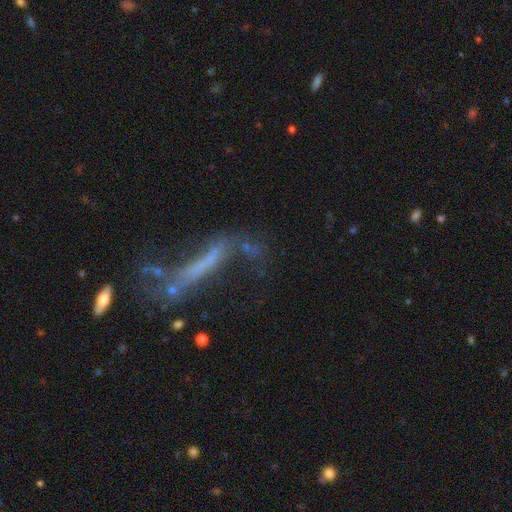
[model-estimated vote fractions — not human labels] This appears to be a featured or disk galaxy (50%). Merging: none (35%).